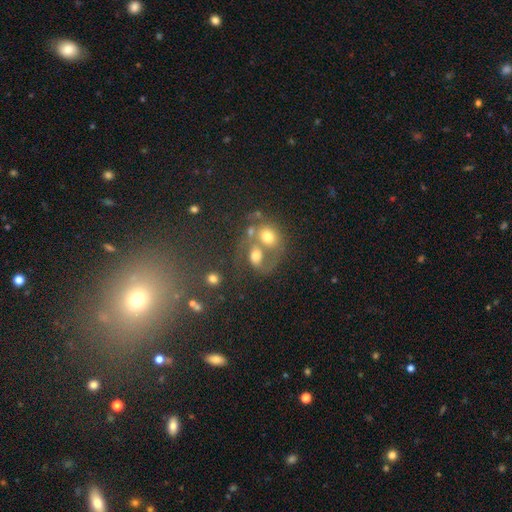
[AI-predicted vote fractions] Morphology: type=smooth (48%); merging=merger (61%).